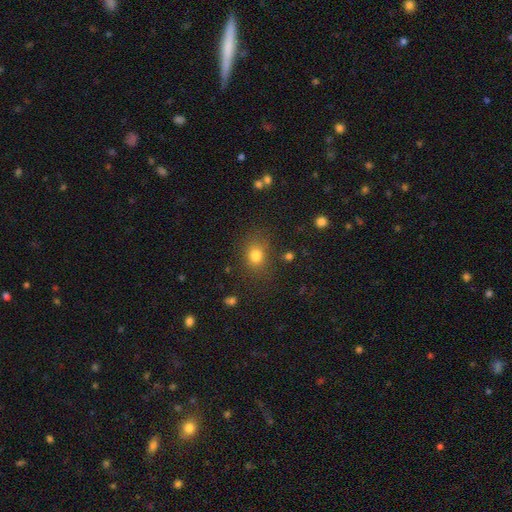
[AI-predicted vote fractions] smooth_or_featured: smooth (p=0.79) [alt: star or artifact p=0.14]
how_rounded: round (p=0.54) [alt: in between p=0.45]
merging: none (p=0.79) [alt: minor disturbance p=0.13]